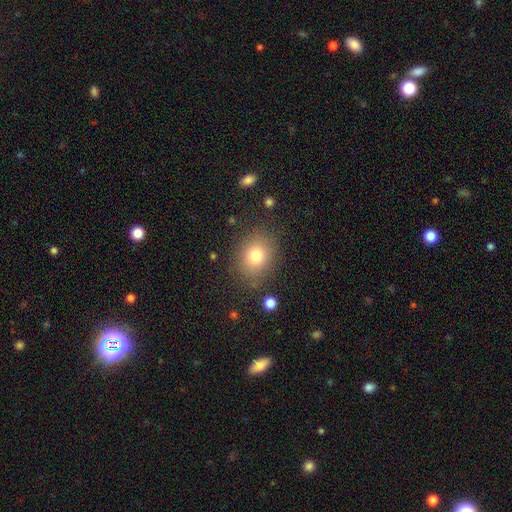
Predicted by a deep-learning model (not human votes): Smooth or featured?
  - smooth: 78% *
  - star or artifact: 12%
  - featured or disk: 10%
How rounded?
  - round: 57% *
  - in between: 42%
  - cigar-shaped: 1%
Merging?
  - none: 82% *
  - minor disturbance: 12%
  - major disturbance: 5%
  - merger: 2%